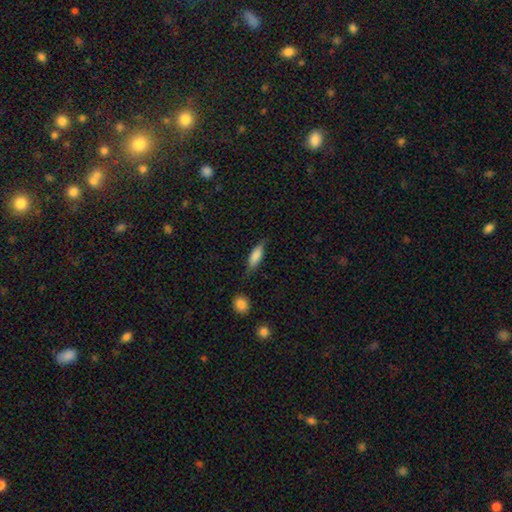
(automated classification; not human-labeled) smooth_or_featured: smooth (p=0.77) [alt: featured or disk p=0.16]
how_rounded: in between (p=0.58) [alt: cigar-shaped p=0.39]
merging: none (p=0.67) [alt: minor disturbance p=0.24]